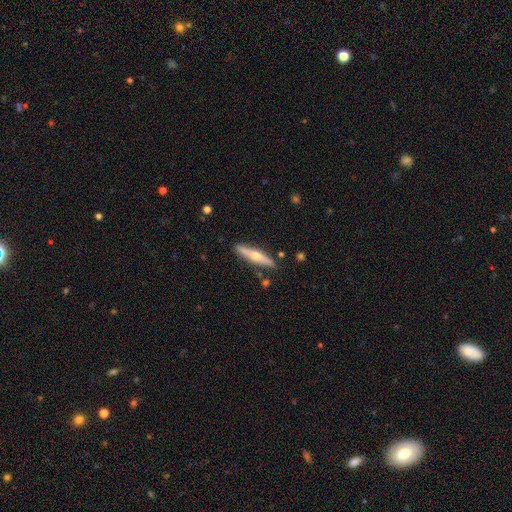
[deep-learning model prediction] Morphology: type=featured or disk (59%); edge-on=yes (94%); edge-on bulge=rounded (93%); merging=none (87%).